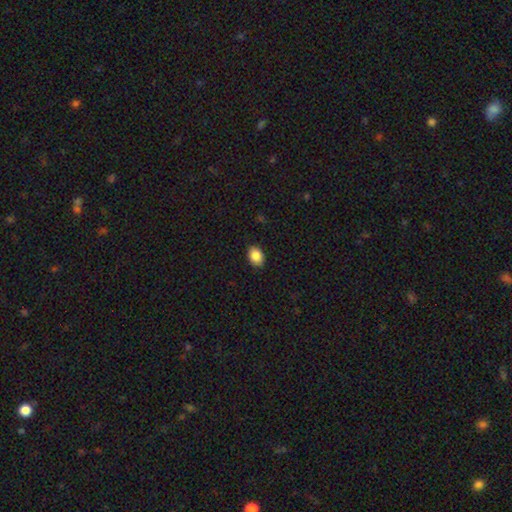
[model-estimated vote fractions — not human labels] Smooth or featured: smooth — 87% (star or artifact — 8%)
How rounded: in between — 72% (round — 27%)
Merging: none — 89% (minor disturbance — 8%)